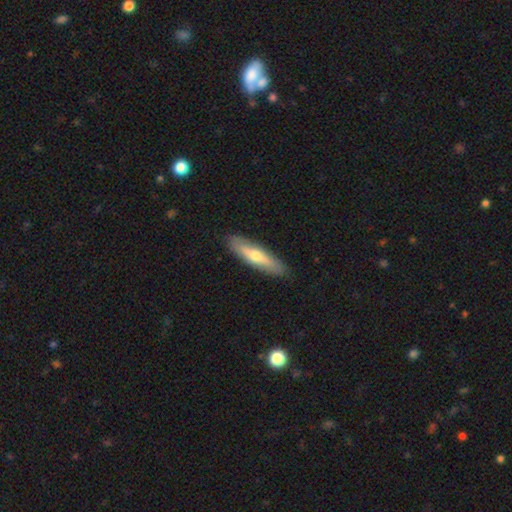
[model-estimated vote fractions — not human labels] smooth-or-featured: smooth: 51% | featured or disk: 43% | star or artifact: 5%
  how-rounded: cigar-shaped: 72% | in between: 26% | round: 2%
  merging: none: 88% | minor disturbance: 9% | major disturbance: 2% | merger: 1%